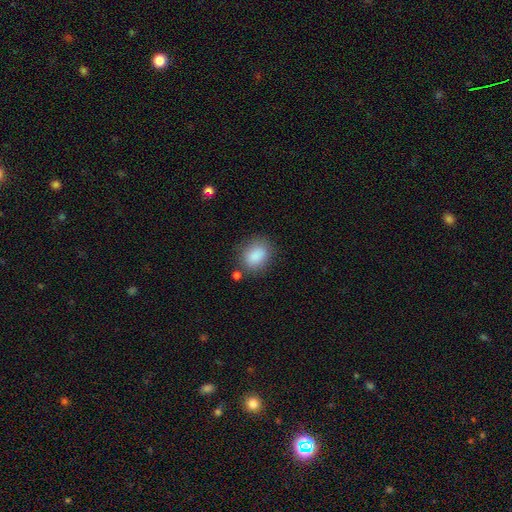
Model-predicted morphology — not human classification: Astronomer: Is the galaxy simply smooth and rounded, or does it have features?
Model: smooth — 87%.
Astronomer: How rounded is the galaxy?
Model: in between — 60% (runner-up: round, 39%).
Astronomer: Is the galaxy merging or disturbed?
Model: none — 75%.